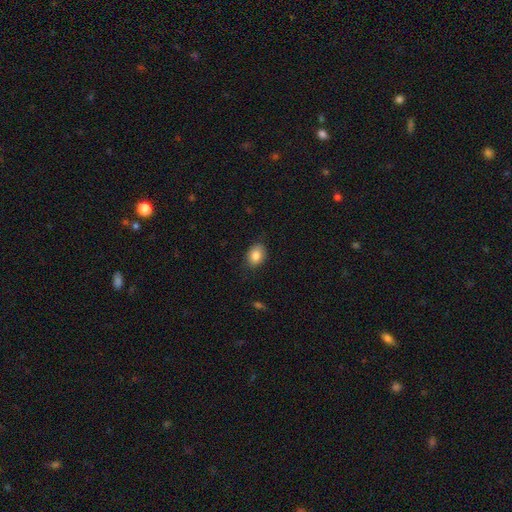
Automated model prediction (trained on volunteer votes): Q: Smooth or featured?
A: smooth (83%); runner-up: star or artifact (9%)
Q: How rounded?
A: in between (66%); runner-up: round (33%)
Q: Merging?
A: none (83%); runner-up: minor disturbance (14%)